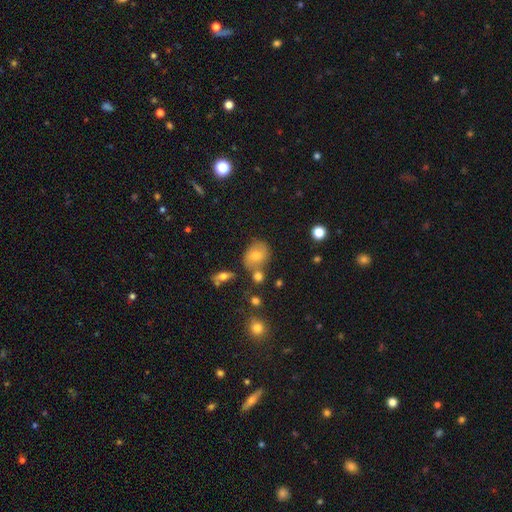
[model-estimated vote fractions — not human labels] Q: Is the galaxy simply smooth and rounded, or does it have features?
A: smooth — 69%.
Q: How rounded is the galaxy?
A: in between — 56%.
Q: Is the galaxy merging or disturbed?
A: none — 62%.